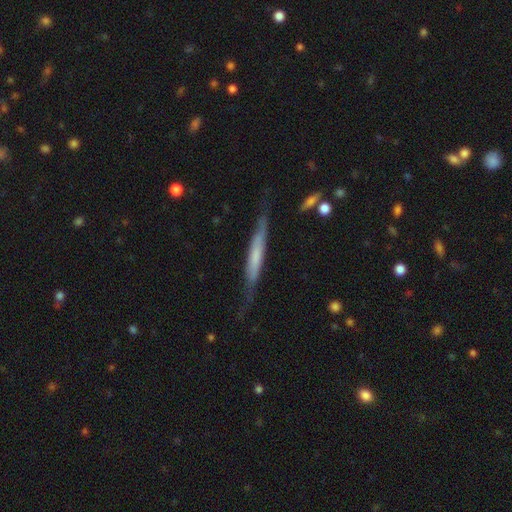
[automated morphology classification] Overall: featured or disk (50%; smooth 44%). Merging: none (65%).